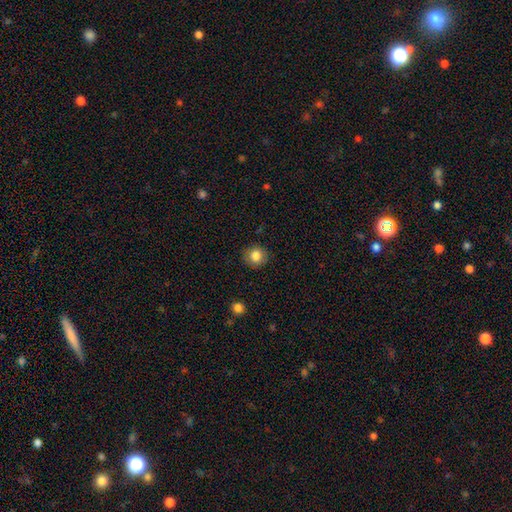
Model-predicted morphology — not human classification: Overall: smooth (83%). How rounded: round (89%). Merging: none (89%).